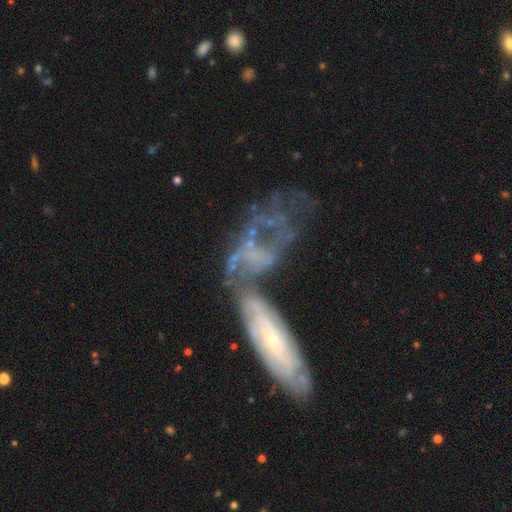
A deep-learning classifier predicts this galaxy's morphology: Smooth or featured?
  - featured or disk: 68% *
  - smooth: 21%
  - star or artifact: 11%
Edge-on disk?
  - no: 89% *
  - yes: 11%
Bar?
  - no: 73% *
  - weak: 19%
  - strong: 8%
Spiral arms?
  - yes: 54% *
  - no: 46%
Bulge size?
  - small: 45% *
  - none: 35%
  - moderate: 15%
  - large: 3%
  - dominant: 2%
Merging?
  - merger: 47% *
  - major disturbance: 22%
  - none: 20%
  - minor disturbance: 11%